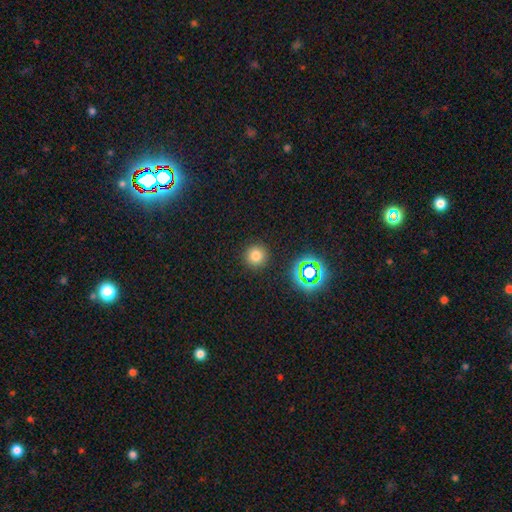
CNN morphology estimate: Smooth or featured? Predicted: smooth (p=0.76). How rounded? Predicted: round (p=0.95). Merging? Predicted: none (p=0.91).